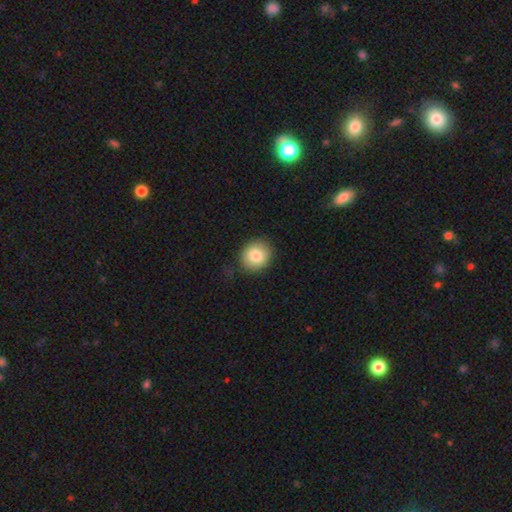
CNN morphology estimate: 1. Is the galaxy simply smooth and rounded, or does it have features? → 83% smooth, 9% featured or disk, 8% star or artifact.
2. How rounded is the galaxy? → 77% round, 22% in between, 1% cigar-shaped.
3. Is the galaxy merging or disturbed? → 82% none, 13% minor disturbance, 4% major disturbance, 1% merger.